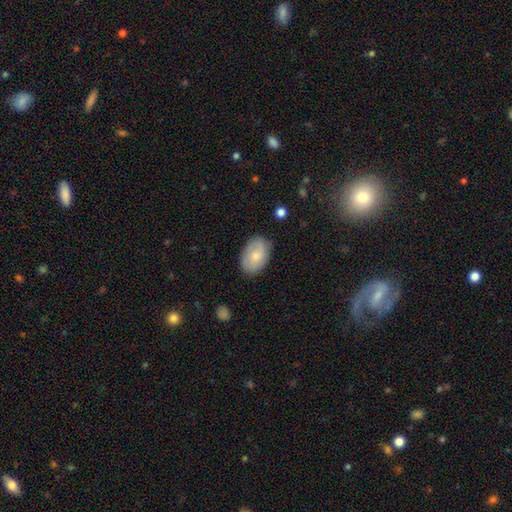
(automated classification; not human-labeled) smooth_or_featured: smooth (p=0.71) [alt: featured or disk p=0.22]
how_rounded: in between (p=0.88) [alt: round p=0.11]
merging: none (p=0.78) [alt: minor disturbance p=0.17]